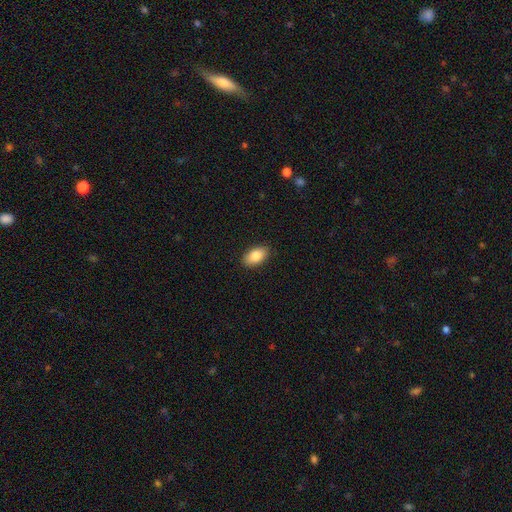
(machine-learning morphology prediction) Smooth or featured?
  - smooth: 84% *
  - featured or disk: 9%
  - star or artifact: 7%
How rounded?
  - in between: 92% *
  - round: 5%
  - cigar-shaped: 2%
Merging?
  - none: 89% *
  - minor disturbance: 8%
  - major disturbance: 2%
  - merger: 1%